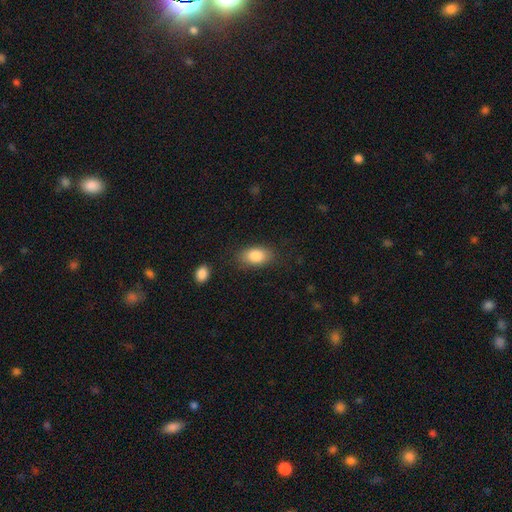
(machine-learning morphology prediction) Q: Smooth or featured?
A: smooth (84%); runner-up: featured or disk (8%)
Q: How rounded?
A: in between (88%); runner-up: round (10%)
Q: Merging?
A: none (81%); runner-up: minor disturbance (13%)